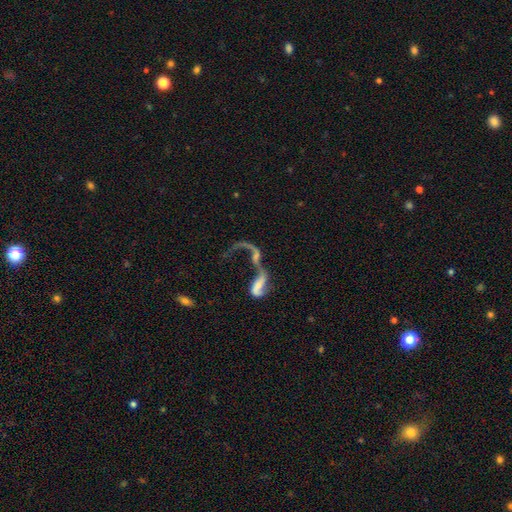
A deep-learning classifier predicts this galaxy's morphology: Smooth or featured? Predicted: featured or disk (p=0.63). Edge-on disk? Predicted: no (p=0.91). Bar? Predicted: no (p=0.58). Spiral arms? Predicted: yes (p=0.57). Bulge size? Predicted: none (p=0.50). Merging? Predicted: merger (p=0.57).